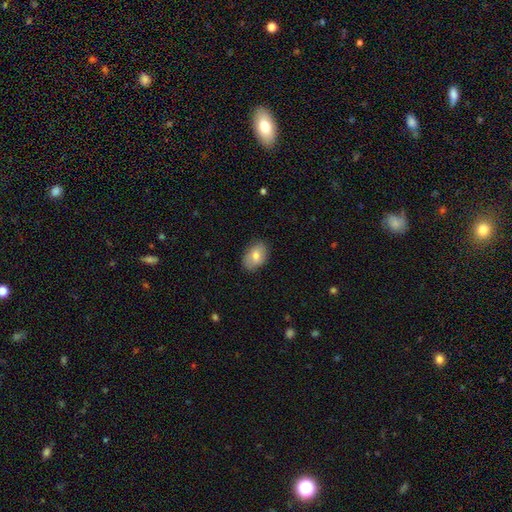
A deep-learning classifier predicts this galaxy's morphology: smooth_or_featured: smooth (p=0.77) [alt: featured or disk p=0.16]
how_rounded: in between (p=0.85) [alt: round p=0.14]
merging: none (p=0.83) [alt: minor disturbance p=0.13]